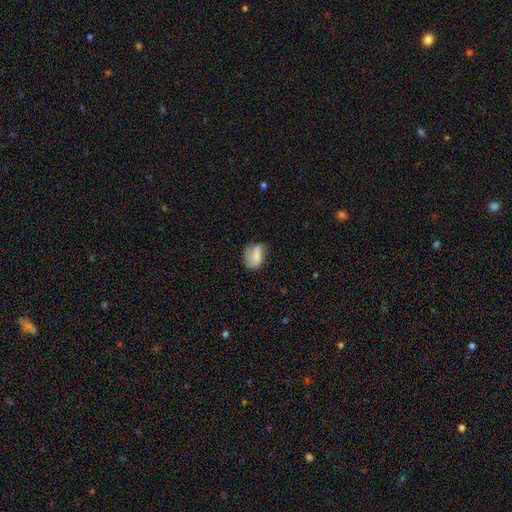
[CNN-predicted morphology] Overall: smooth (62%; featured or disk 30%). How rounded: in between (75%). Merging: none (45%; minor disturbance 32%).